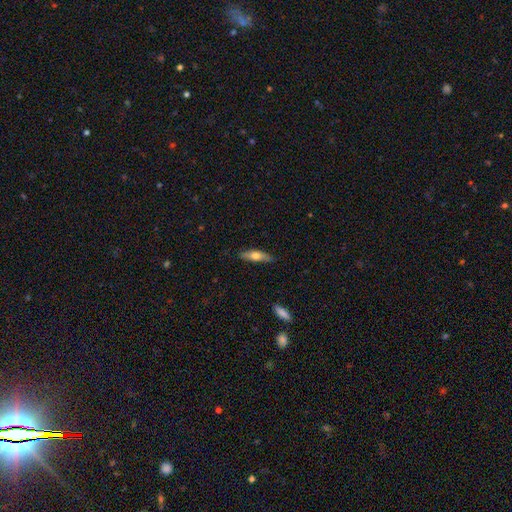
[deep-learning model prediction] Smooth or featured?
  - smooth: 58% *
  - featured or disk: 36%
  - star or artifact: 6%
How rounded?
  - cigar-shaped: 63% *
  - in between: 35%
  - round: 2%
Merging?
  - none: 85% *
  - minor disturbance: 12%
  - major disturbance: 2%
  - merger: 1%